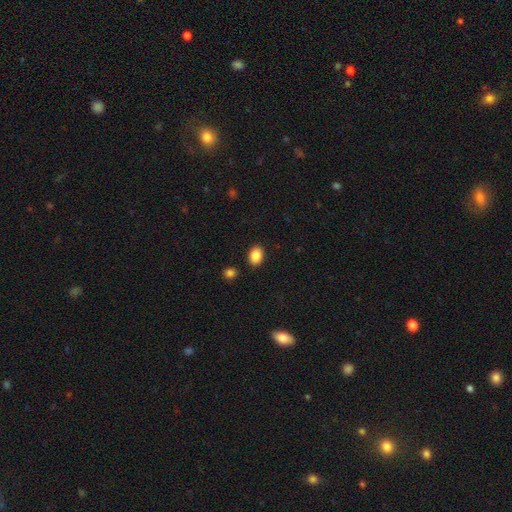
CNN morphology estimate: smooth_or_featured: smooth (p=0.87) [alt: star or artifact p=0.08]
how_rounded: in between (p=0.76) [alt: round p=0.23]
merging: none (p=0.87) [alt: minor disturbance p=0.08]